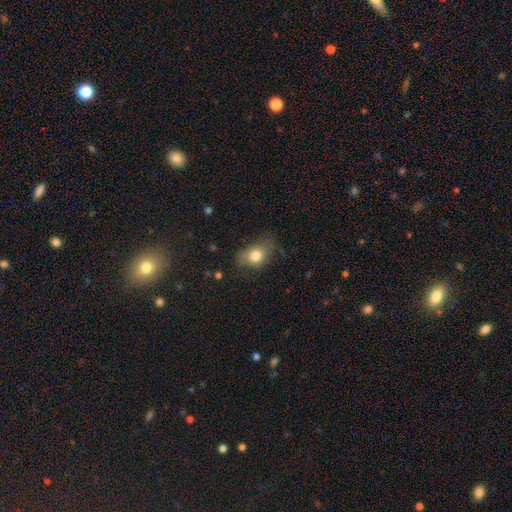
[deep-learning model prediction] The model was most divided on "merging": none: 60%, minor disturbance: 28%, major disturbance: 10%, merger: 2%. More confident: smooth or featured — smooth (77%); how rounded — in between (73%).